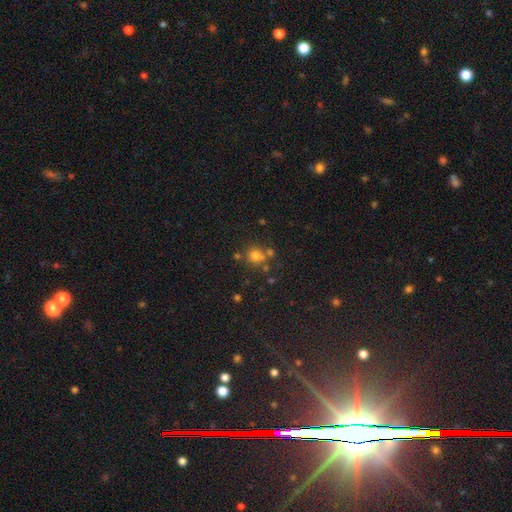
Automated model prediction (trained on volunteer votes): Smooth or featured? Predicted: smooth (p=0.71). How rounded? Predicted: round (p=0.84). Merging? Predicted: none (p=0.62).